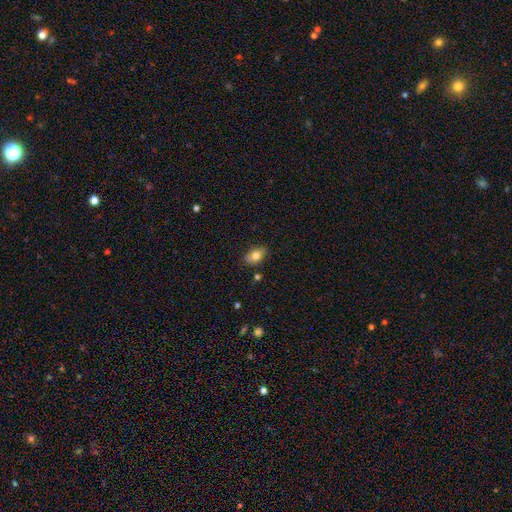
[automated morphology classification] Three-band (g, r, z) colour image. It shows a smooth galaxy with no disk features (78%) that is in between round and cigar-shaped (86%). Merging: none (82%).